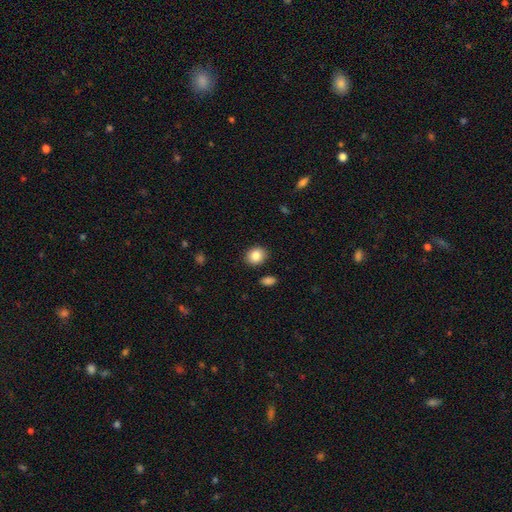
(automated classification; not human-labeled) Smooth or featured: smooth — 86% (star or artifact — 8%)
How rounded: round — 60% (in between — 39%)
Merging: none — 87% (minor disturbance — 8%)